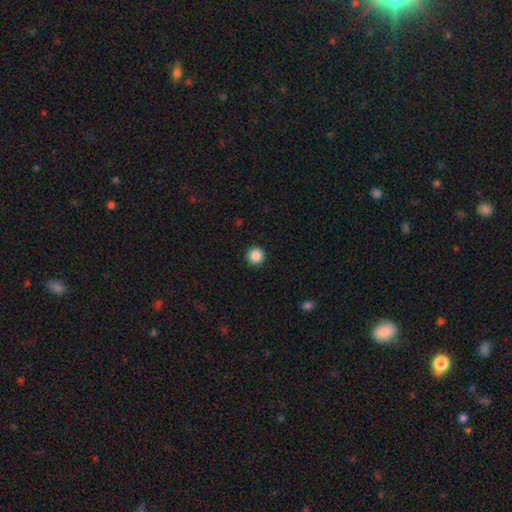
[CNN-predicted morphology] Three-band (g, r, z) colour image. It shows a smooth galaxy with no disk features (88%) that is round (96%). Merging: none (93%).